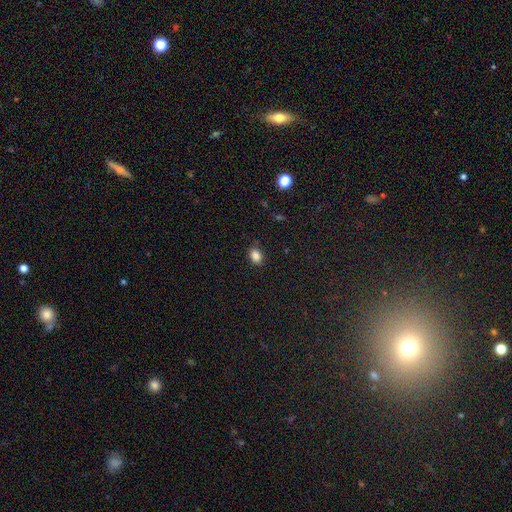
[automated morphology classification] smooth_or_featured: smooth (p=0.86) [alt: star or artifact p=0.10]
how_rounded: in between (p=0.74) [alt: round p=0.24]
merging: none (p=0.85) [alt: minor disturbance p=0.11]